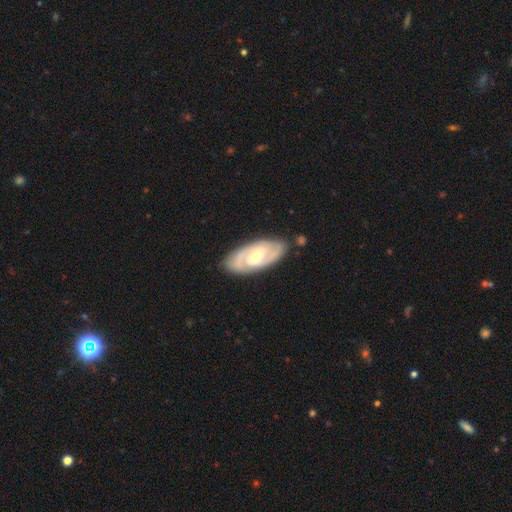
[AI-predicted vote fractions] Smooth or featured? featured or disk (81%)
Edge-on disk? no (93%)
Bar? weak (46%)
Spiral arms? yes (90%)
Spiral winding? tight (52%)
Spiral arm count? 2 (78%)
Bulge size? moderate (54%)
Merging? none (83%)